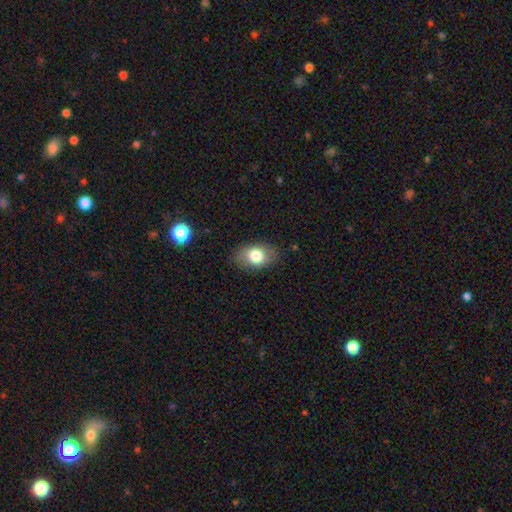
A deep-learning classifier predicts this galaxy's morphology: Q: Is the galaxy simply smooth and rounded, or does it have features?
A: smooth — 77%.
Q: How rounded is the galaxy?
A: in between — 82%.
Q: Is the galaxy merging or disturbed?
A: none — 82%.